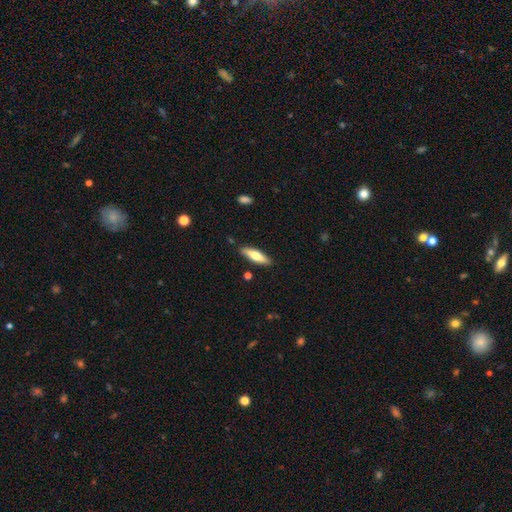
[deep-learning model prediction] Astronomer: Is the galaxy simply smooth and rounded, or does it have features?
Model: smooth — 62%.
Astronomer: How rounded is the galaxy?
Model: cigar-shaped — 61% (runner-up: in between, 37%).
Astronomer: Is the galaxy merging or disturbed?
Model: none — 85%.